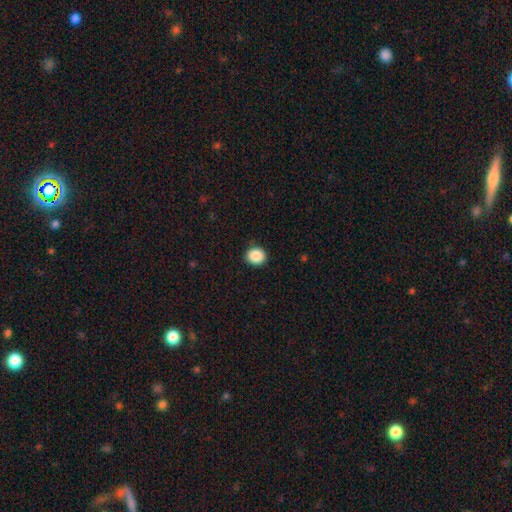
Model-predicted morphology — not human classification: The model was most divided on "how rounded": round: 84%, in between: 15%, cigar-shaped: 1%. More confident: merging — none (88%); smooth or featured — smooth (88%).